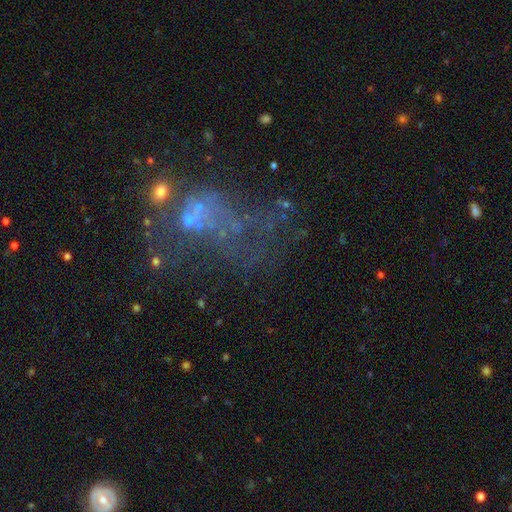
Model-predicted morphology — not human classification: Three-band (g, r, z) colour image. It shows a featured or disk galaxy (43%). Merging: major disturbance (35%).